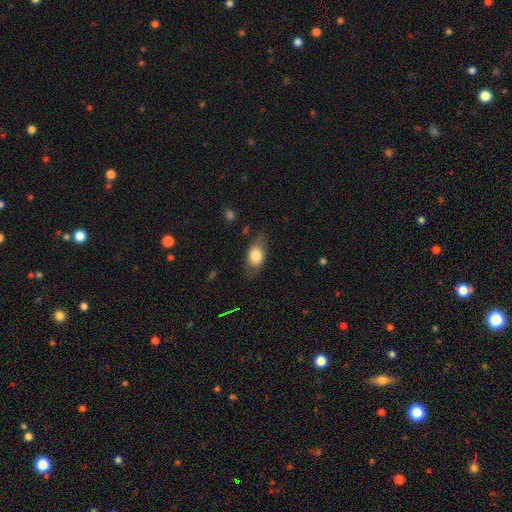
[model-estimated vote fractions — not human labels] smooth-or-featured: smooth: 78% | featured or disk: 15% | star or artifact: 7%
  how-rounded: in between: 83% | round: 14% | cigar-shaped: 4%
  merging: none: 72% | minor disturbance: 20% | major disturbance: 7% | merger: 1%